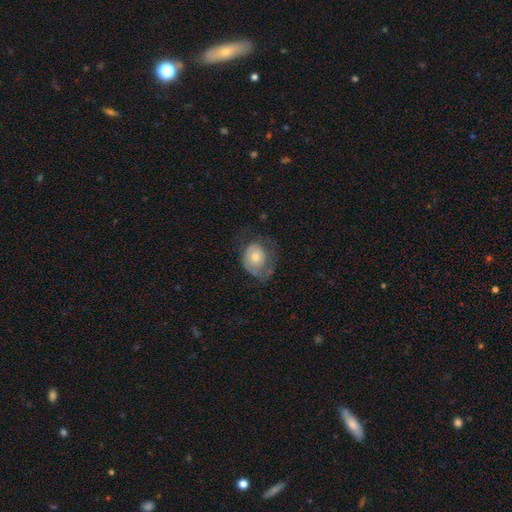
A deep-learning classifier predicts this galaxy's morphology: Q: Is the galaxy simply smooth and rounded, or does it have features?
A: smooth — 53%.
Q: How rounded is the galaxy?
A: in between — 50%.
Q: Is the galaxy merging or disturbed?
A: none — 44%.